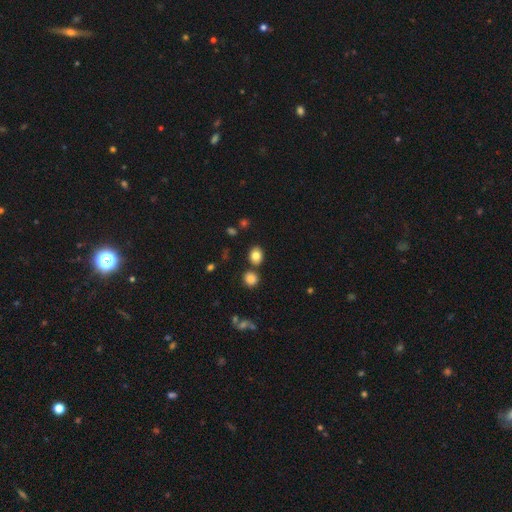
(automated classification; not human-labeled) Morphology: type=smooth (82%); roundness=round (61%); merging=none (77%).